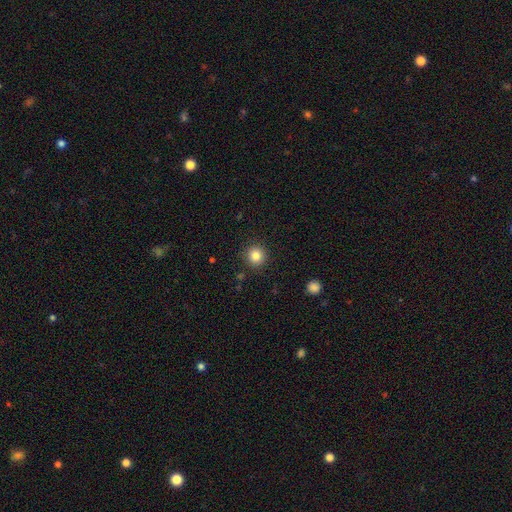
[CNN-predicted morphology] This appears to be a smooth galaxy with no disk features (83%) that is round (93%). Merging: none (91%).